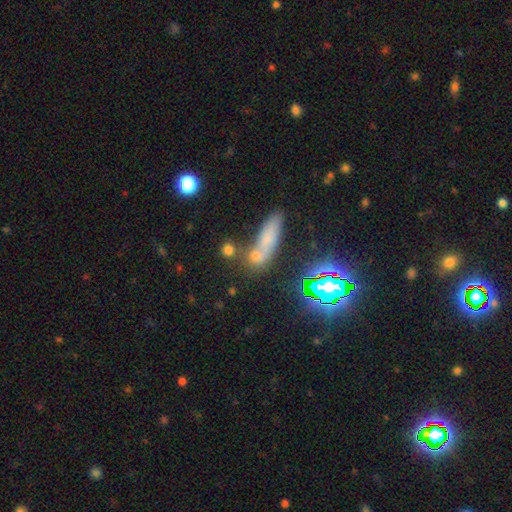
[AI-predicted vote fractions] Overall: smooth (65%). How rounded: in between (37%; cigar-shaped 33%). Merging: none (53%; merger 28%).